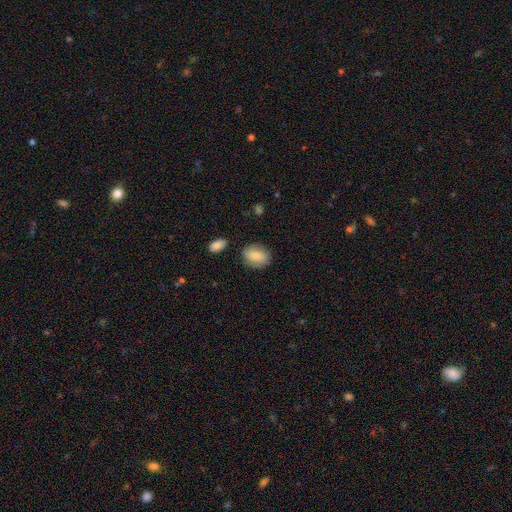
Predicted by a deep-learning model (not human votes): smooth 77%, featured or disk 16%, star or artifact 7%. Down the decision tree: how rounded — in between (70%); merging — none (77%).